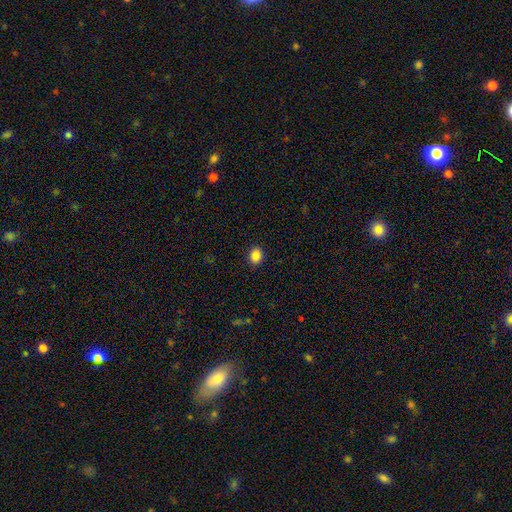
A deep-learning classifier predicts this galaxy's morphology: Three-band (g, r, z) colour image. It shows a smooth galaxy with no disk features (86%) that is round (53%). Merging: none (90%).